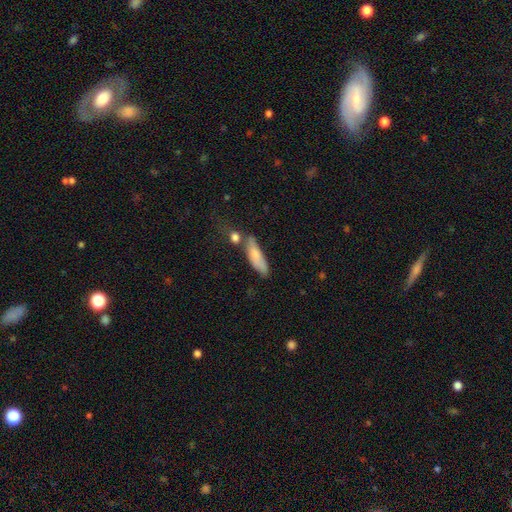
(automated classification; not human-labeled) This is likely a smooth galaxy (74%). How rounded: possibly cigar-shaped (56%). Merging: possibly none (48%).